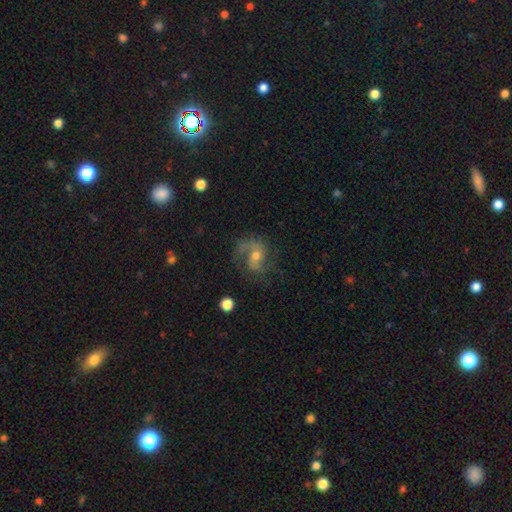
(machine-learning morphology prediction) Q: Smooth or featured?
A: featured or disk (80%); runner-up: smooth (12%)
Q: Edge-on disk?
A: no (97%); runner-up: yes (3%)
Q: Bar?
A: no (51%); runner-up: weak (39%)
Q: Spiral arms?
A: yes (94%); runner-up: no (6%)
Q: Spiral winding?
A: medium (50%); runner-up: loose (33%)
Q: Spiral arm count?
A: 2 (74%); runner-up: 1 (11%)
Q: Bulge size?
A: moderate (57%); runner-up: small (36%)
Q: Merging?
A: none (66%); runner-up: minor disturbance (18%)